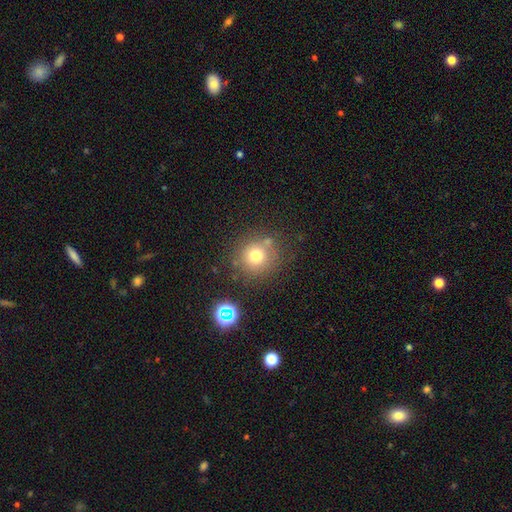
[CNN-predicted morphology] A smooth galaxy with no disk features (72%) that is round (92%). Merging: none (74%).